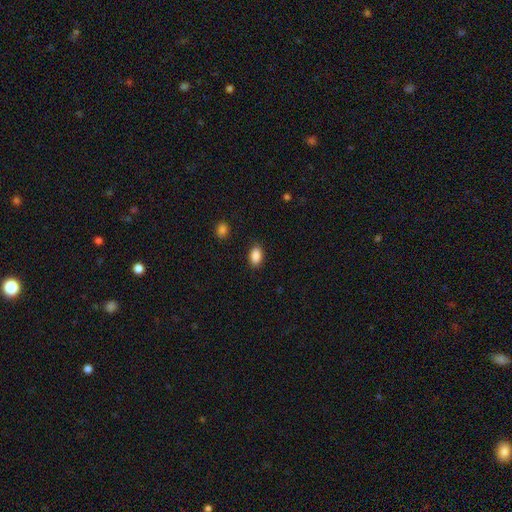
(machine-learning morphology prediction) smooth_or_featured: smooth (p=0.88) [alt: star or artifact p=0.08]
how_rounded: in between (p=0.90) [alt: round p=0.08]
merging: none (p=0.88) [alt: minor disturbance p=0.08]